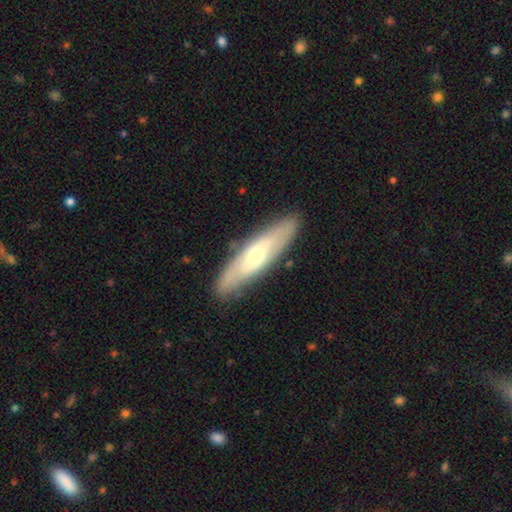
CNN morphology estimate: smooth-or-featured: featured or disk: 54% | smooth: 40% | star or artifact: 6%
  disk-edge-on: no: 51% | yes: 49%
  merging: none: 87% | minor disturbance: 10% | major disturbance: 2% | merger: 1%